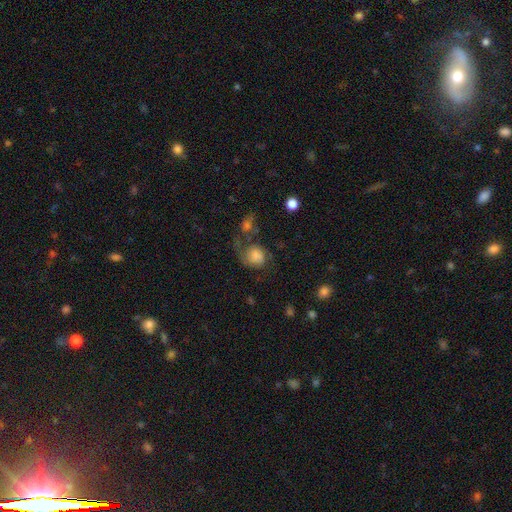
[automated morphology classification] Overall: smooth (49%; featured or disk 42%). Merging: none (33%; major disturbance 30%).